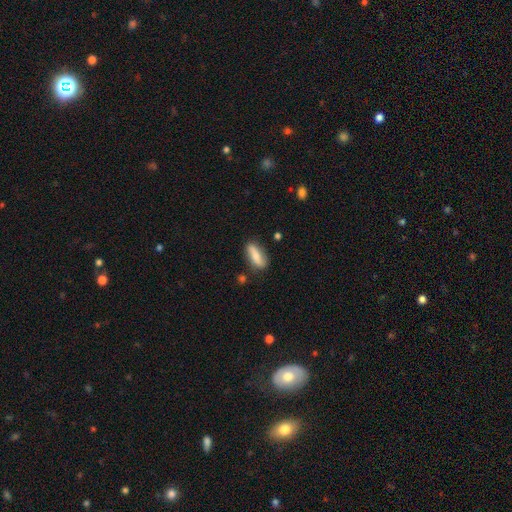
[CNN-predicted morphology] Smooth or featured?
  - smooth: 66% *
  - featured or disk: 27%
  - star or artifact: 7%
How rounded?
  - in between: 67% *
  - cigar-shaped: 30%
  - round: 4%
Merging?
  - none: 79% *
  - minor disturbance: 15%
  - major disturbance: 3%
  - merger: 3%